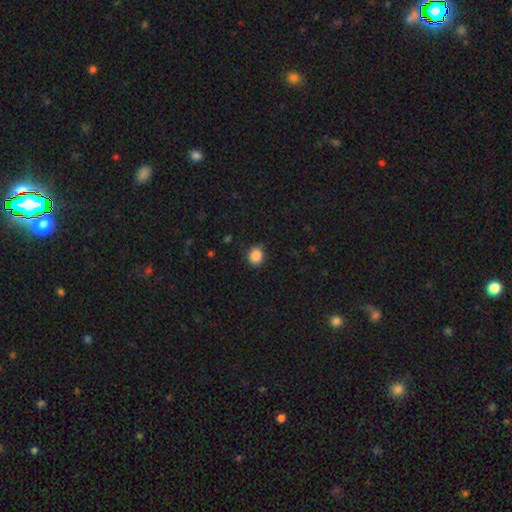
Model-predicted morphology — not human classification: smooth_or_featured: smooth (p=0.87) [alt: star or artifact p=0.10]
how_rounded: round (p=0.75) [alt: in between p=0.24]
merging: none (p=0.83) [alt: minor disturbance p=0.13]